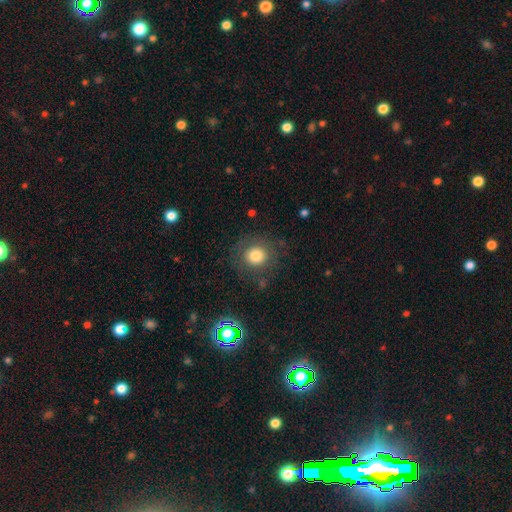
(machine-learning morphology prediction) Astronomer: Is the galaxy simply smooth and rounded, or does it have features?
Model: smooth — 77%.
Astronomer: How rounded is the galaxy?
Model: round — 89%.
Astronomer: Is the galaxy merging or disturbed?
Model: none — 80%.